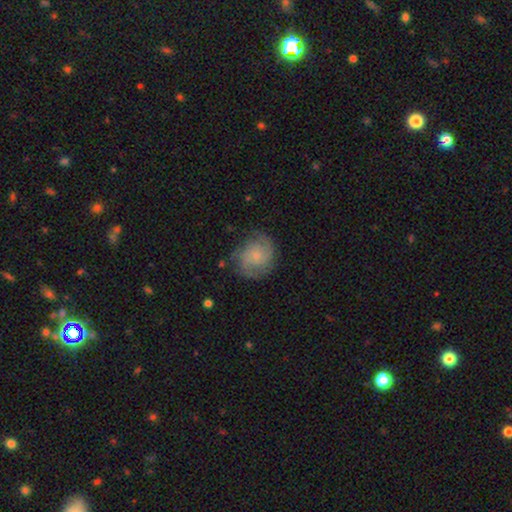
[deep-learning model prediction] Smooth or featured?
  - featured or disk: 60% *
  - smooth: 32%
  - star or artifact: 7%
Edge-on disk?
  - no: 98% *
  - yes: 2%
Bar?
  - no: 74% *
  - weak: 23%
  - strong: 3%
Spiral arms?
  - yes: 90% *
  - no: 10%
Spiral winding?
  - tight: 43% *
  - medium: 42%
  - loose: 16%
Spiral arm count?
  - 2: 45% *
  - can't tell: 23%
  - 3: 19%
  - 1: 5%
  - 4: 4%
  - more than 4: 4%
Bulge size?
  - small: 55% *
  - moderate: 24%
  - none: 16%
  - large: 4%
  - dominant: 1%
Merging?
  - none: 71% *
  - minor disturbance: 19%
  - major disturbance: 8%
  - merger: 2%